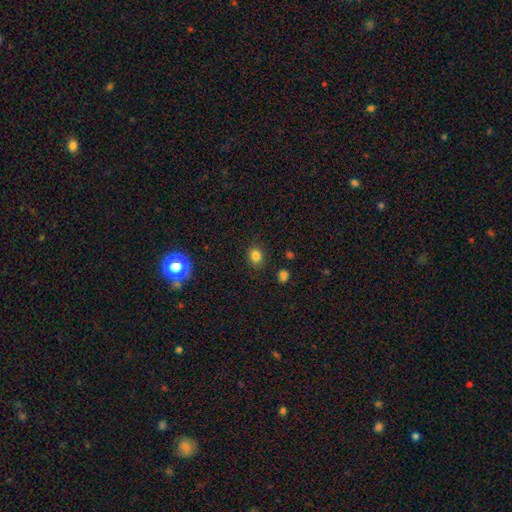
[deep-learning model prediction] Smooth or featured? smooth (82%)
How rounded? round (62%)
Merging? none (87%)